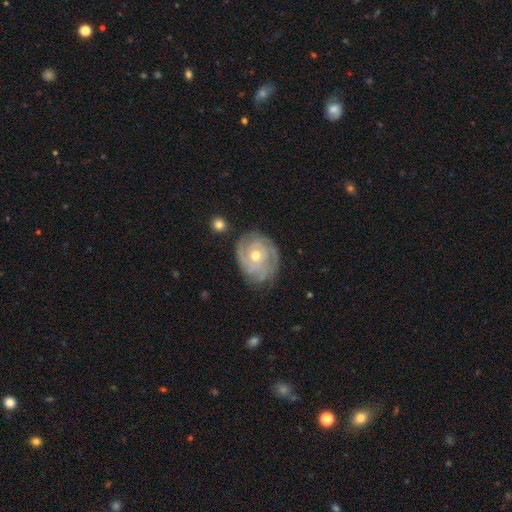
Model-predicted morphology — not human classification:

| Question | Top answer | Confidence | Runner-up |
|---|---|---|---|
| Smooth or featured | featured or disk | 84% | smooth (10%) |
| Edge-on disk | no | 97% | yes (3%) |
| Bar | no | 78% | weak (19%) |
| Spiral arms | yes | 94% | no (6%) |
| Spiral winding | tight | 71% | medium (23%) |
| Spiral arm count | can't tell | 31% | 3 (29%) |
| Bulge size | moderate | 68% | small (28%) |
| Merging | none | 73% | minor disturbance (19%) |